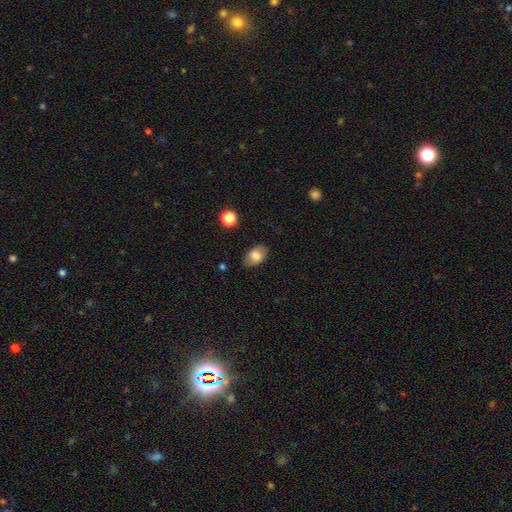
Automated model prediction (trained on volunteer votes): Smooth or featured? Predicted: smooth (p=0.77). How rounded? Predicted: in between (p=0.87). Merging? Predicted: none (p=0.82).